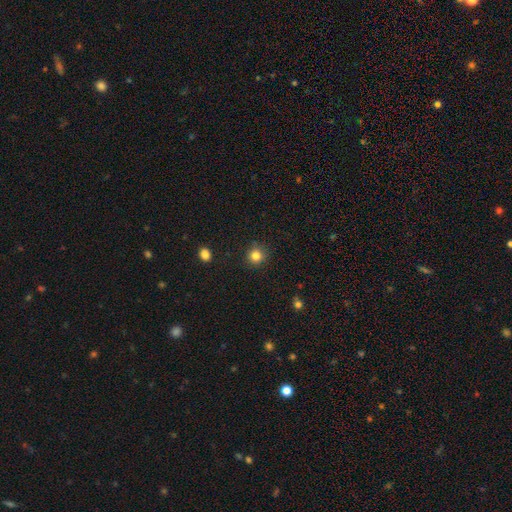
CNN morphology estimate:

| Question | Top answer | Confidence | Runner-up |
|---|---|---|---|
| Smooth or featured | smooth | 82% | star or artifact (13%) |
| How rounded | round | 92% | in between (7%) |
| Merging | none | 90% | minor disturbance (7%) |